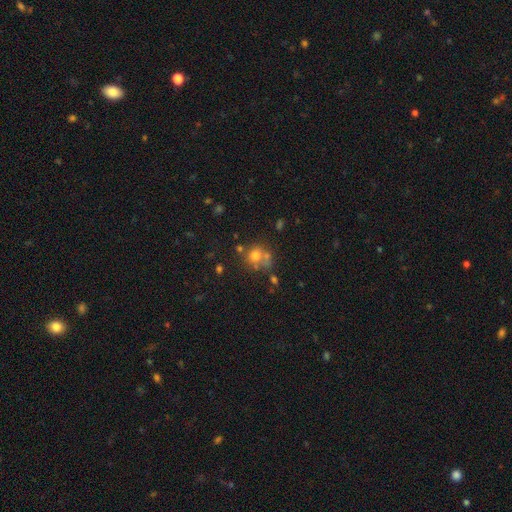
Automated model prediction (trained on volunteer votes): smooth_or_featured: smooth (p=0.66) [alt: star or artifact p=0.18]
how_rounded: round (p=0.80) [alt: in between p=0.19]
merging: none (p=0.49) [alt: merger p=0.30]